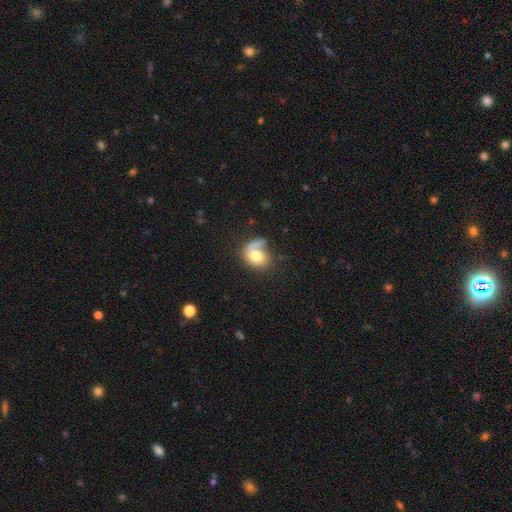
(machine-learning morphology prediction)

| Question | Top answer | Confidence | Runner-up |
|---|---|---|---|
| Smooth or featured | smooth | 59% | featured or disk (33%) |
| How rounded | round | 53% | in between (46%) |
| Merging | none | 39% | major disturbance (28%) |